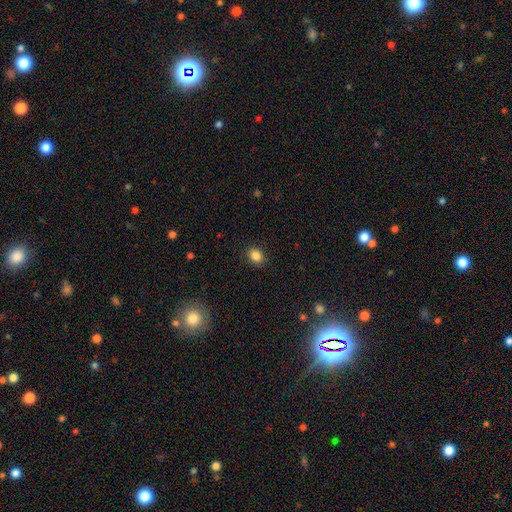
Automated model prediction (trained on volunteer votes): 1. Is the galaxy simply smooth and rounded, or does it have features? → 85% smooth, 10% star or artifact, 4% featured or disk.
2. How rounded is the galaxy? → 55% in between, 44% round, 1% cigar-shaped.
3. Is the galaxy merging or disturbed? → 89% none, 8% minor disturbance, 2% major disturbance, 1% merger.